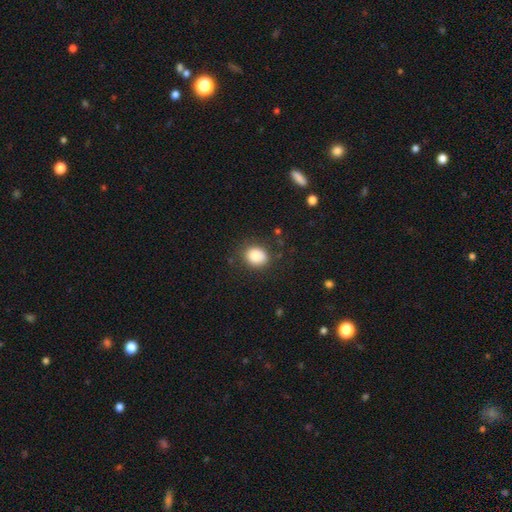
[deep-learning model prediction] Smooth or featured? smooth (84%)
How rounded? round (62%)
Merging? none (80%)